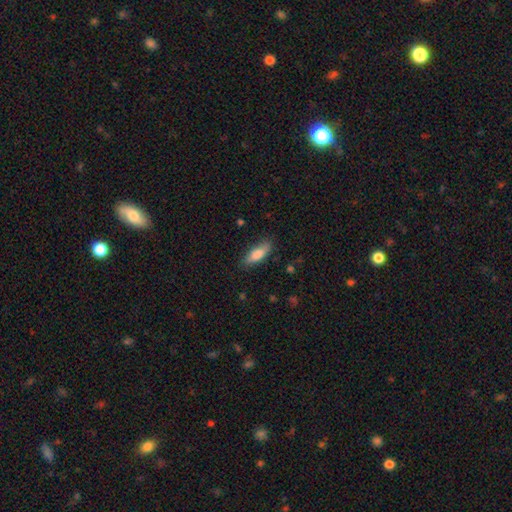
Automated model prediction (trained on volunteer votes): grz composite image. It shows a smooth galaxy with no disk features (74%) that is in between round and cigar-shaped (58%). Merging: none (79%).